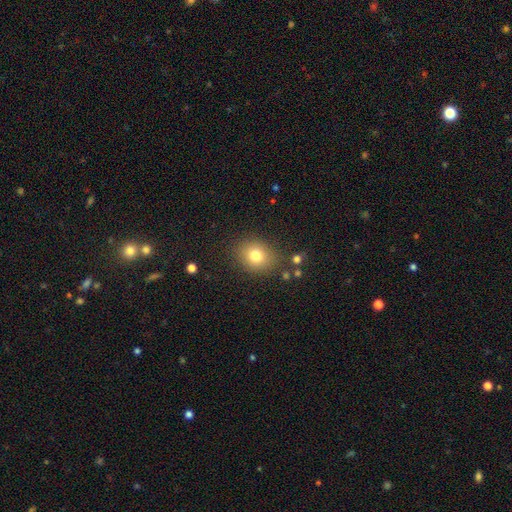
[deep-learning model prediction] A smooth galaxy with no disk features (78%) that is round (59%). Merging: none (83%).